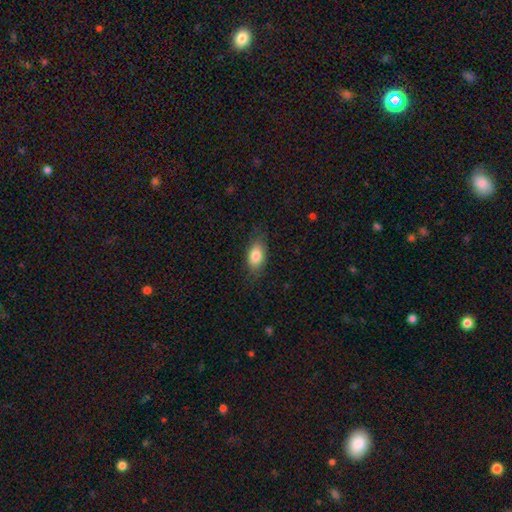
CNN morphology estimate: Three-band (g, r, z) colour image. It shows a smooth galaxy with no disk features (82%) that is in between round and cigar-shaped (88%). Merging: none (79%).